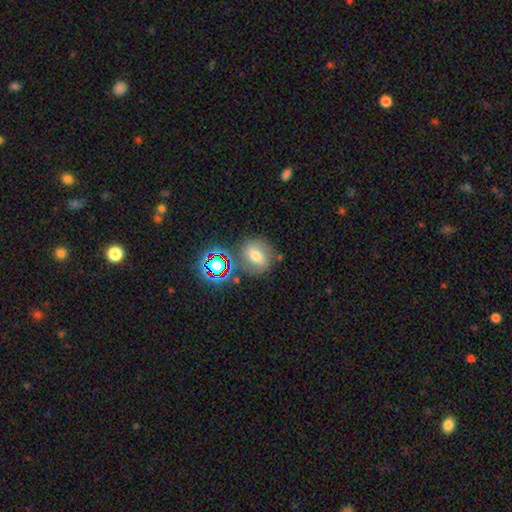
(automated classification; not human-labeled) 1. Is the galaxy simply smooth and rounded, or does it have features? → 46% smooth, 35% featured or disk, 20% star or artifact.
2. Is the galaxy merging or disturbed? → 69% none, 15% minor disturbance, 9% merger, 6% major disturbance.